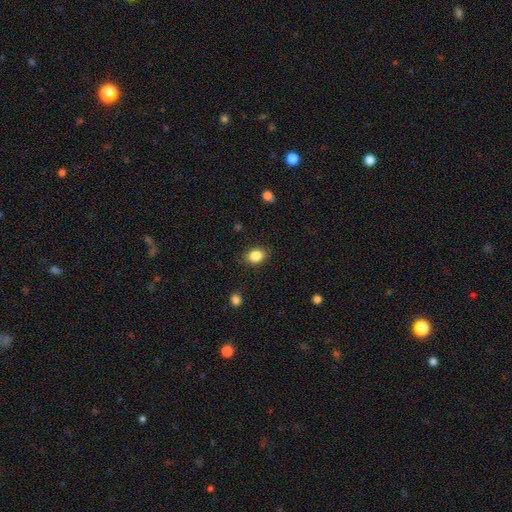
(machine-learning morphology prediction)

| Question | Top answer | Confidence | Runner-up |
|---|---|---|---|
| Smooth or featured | smooth | 86% | star or artifact (9%) |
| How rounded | in between | 67% | round (32%) |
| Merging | none | 85% | minor disturbance (11%) |